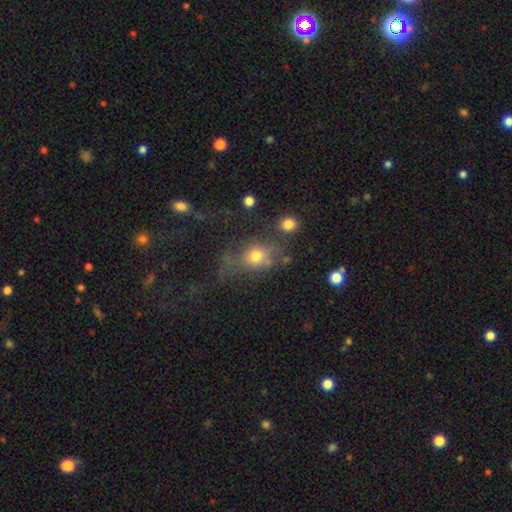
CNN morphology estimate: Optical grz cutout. It shows a smooth galaxy with no disk features (66%) that is round (54%). Merging: none (42%).